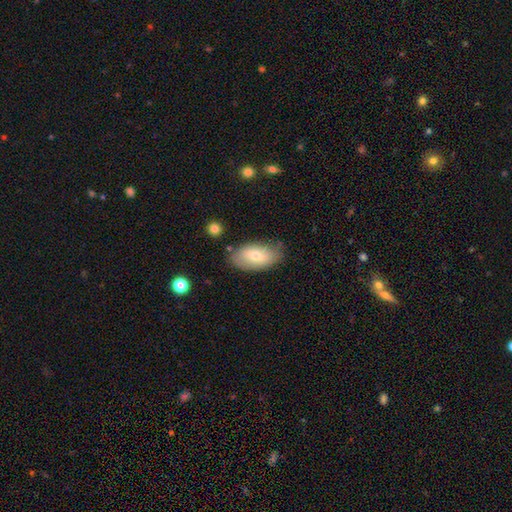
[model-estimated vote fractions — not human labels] Smooth or featured?
  - smooth: 70% *
  - featured or disk: 24%
  - star or artifact: 7%
How rounded?
  - in between: 94% *
  - round: 4%
  - cigar-shaped: 2%
Merging?
  - none: 74% *
  - minor disturbance: 19%
  - major disturbance: 4%
  - merger: 3%